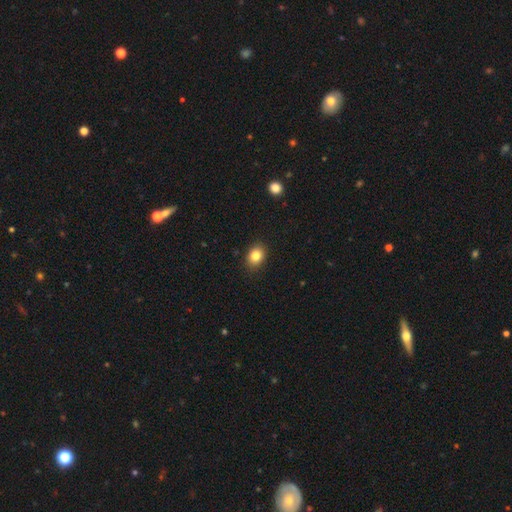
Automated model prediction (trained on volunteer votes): Smooth or featured?
  - smooth: 83% *
  - star or artifact: 10%
  - featured or disk: 7%
How rounded?
  - in between: 62% *
  - round: 37%
  - cigar-shaped: 1%
Merging?
  - none: 88% *
  - minor disturbance: 9%
  - major disturbance: 2%
  - merger: 1%